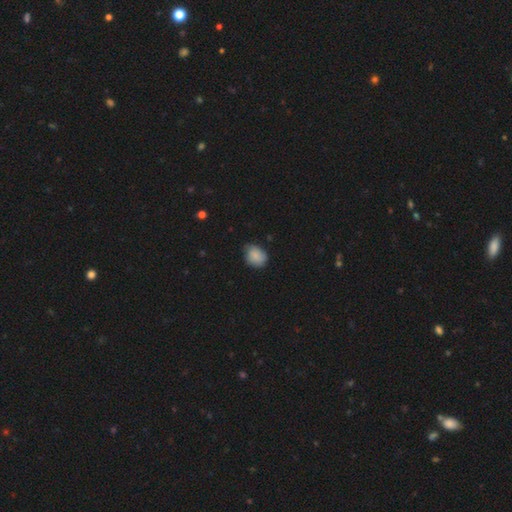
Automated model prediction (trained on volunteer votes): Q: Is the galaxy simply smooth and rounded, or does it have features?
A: smooth — 83%.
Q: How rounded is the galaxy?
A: in between — 55%.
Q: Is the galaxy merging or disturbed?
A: none — 64%.